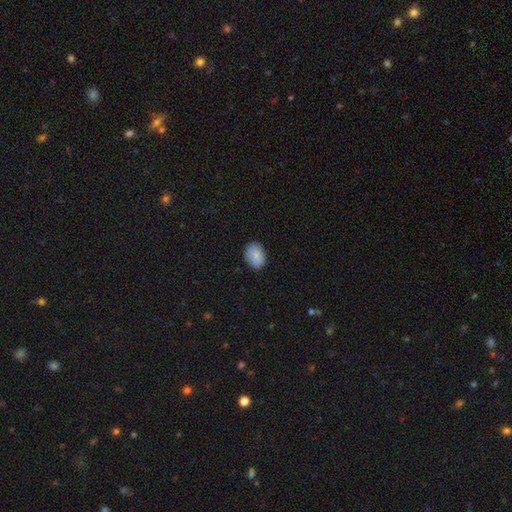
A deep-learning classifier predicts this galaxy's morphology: A smooth galaxy with no disk features (87%) that is in between round and cigar-shaped (75%). Merging: none (85%).